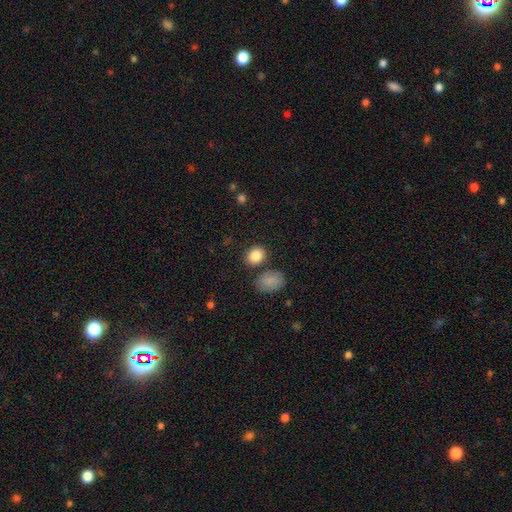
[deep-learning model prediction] smooth 86%, star or artifact 9%, featured or disk 5%. Down the decision tree: how rounded — round (53%); merging — none (78%).